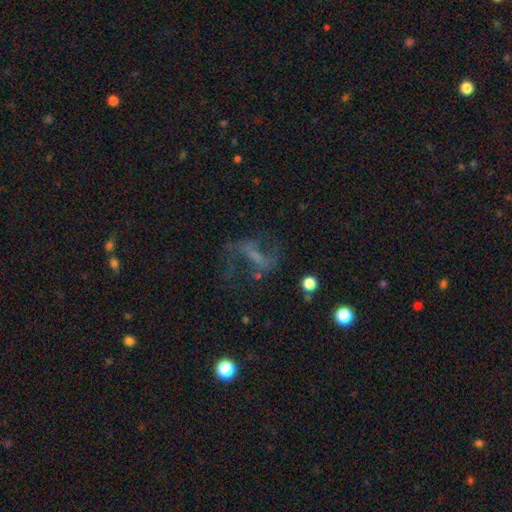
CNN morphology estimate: Smooth or featured? Predicted: featured or disk (p=0.63). Edge-on disk? Predicted: no (p=0.94). Bar? Predicted: strong (p=0.37, tied with weak). Spiral arms? Predicted: yes (p=0.72). Bulge size? Predicted: none (p=0.54). Merging? Predicted: none (p=0.55).